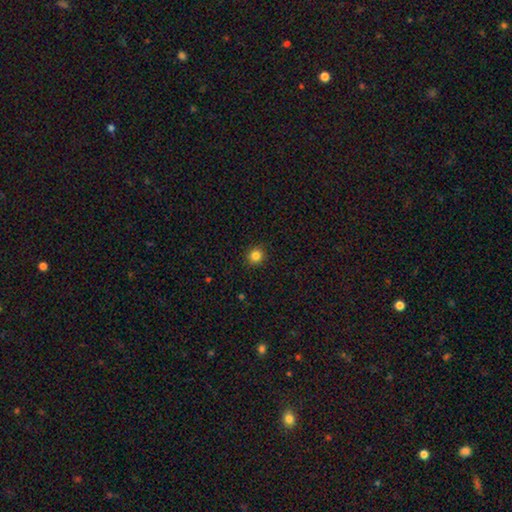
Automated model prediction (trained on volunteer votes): The model was most divided on "smooth or featured": smooth: 84%, star or artifact: 12%, featured or disk: 4%. More confident: merging — none (91%); how rounded — round (91%).